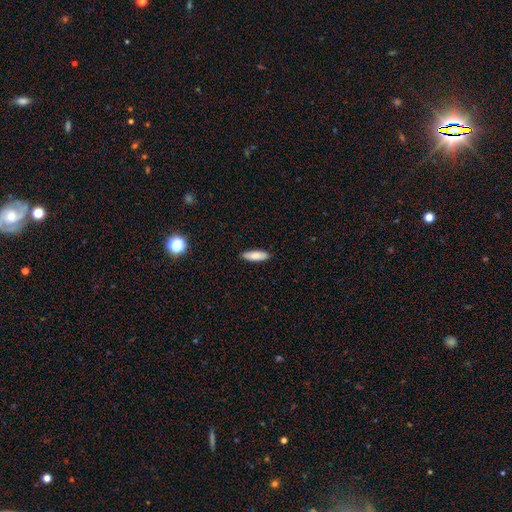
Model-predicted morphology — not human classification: Smooth or featured? Predicted: smooth (p=0.84). How rounded? Predicted: in between (p=0.51). Merging? Predicted: none (p=0.89).